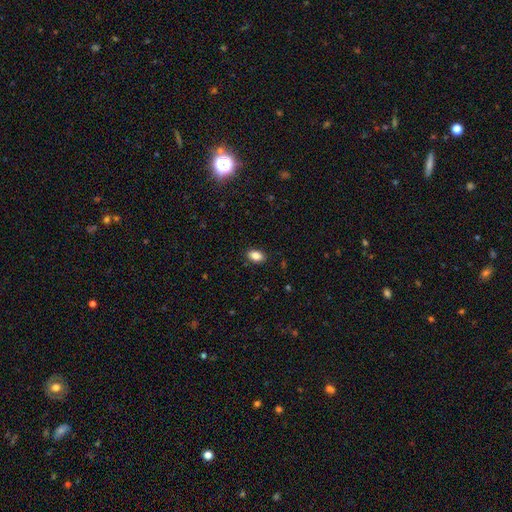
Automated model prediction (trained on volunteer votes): Q: Smooth or featured?
A: smooth (86%); runner-up: star or artifact (9%)
Q: How rounded?
A: in between (89%); runner-up: round (10%)
Q: Merging?
A: none (88%); runner-up: minor disturbance (9%)